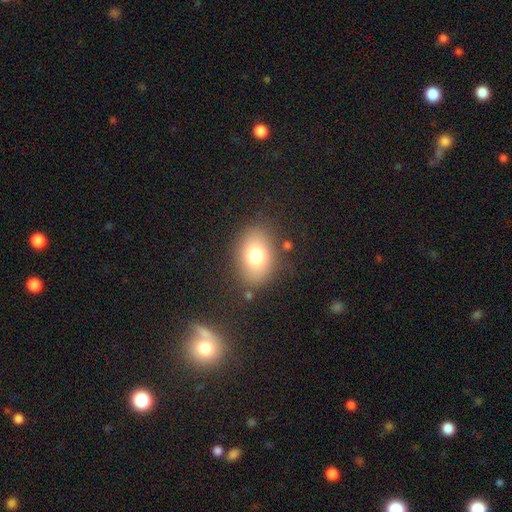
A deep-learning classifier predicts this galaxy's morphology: Smooth or featured?
  - smooth: 76% *
  - featured or disk: 14%
  - star or artifact: 10%
How rounded?
  - in between: 72% *
  - round: 27%
  - cigar-shaped: 1%
Merging?
  - none: 79% *
  - minor disturbance: 13%
  - major disturbance: 5%
  - merger: 3%